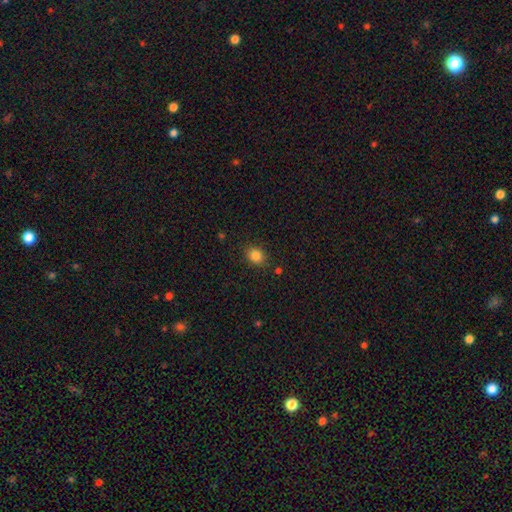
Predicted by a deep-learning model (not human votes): Smooth or featured? smooth (84%)
How rounded? round (59%)
Merging? none (86%)